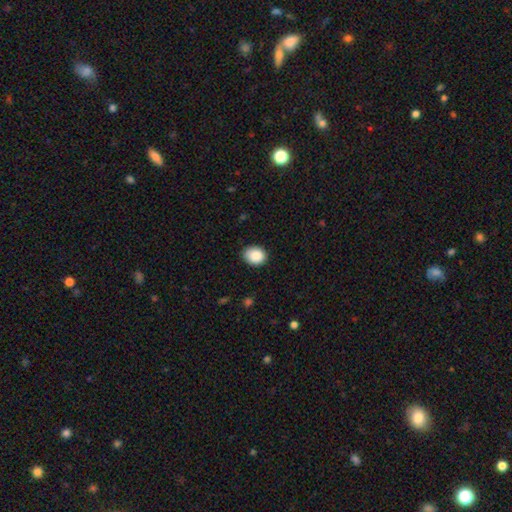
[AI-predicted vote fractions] Overall: smooth (88%). How rounded: round (55%; in between 44%). Merging: none (83%).